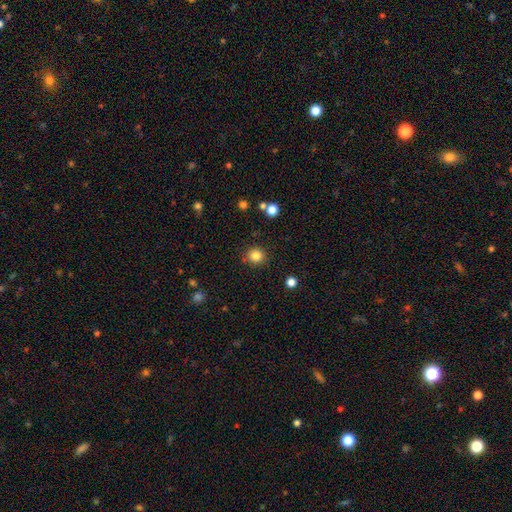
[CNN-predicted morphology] Q: Smooth or featured?
A: smooth (84%); runner-up: star or artifact (12%)
Q: How rounded?
A: round (90%); runner-up: in between (9%)
Q: Merging?
A: none (88%); runner-up: minor disturbance (8%)